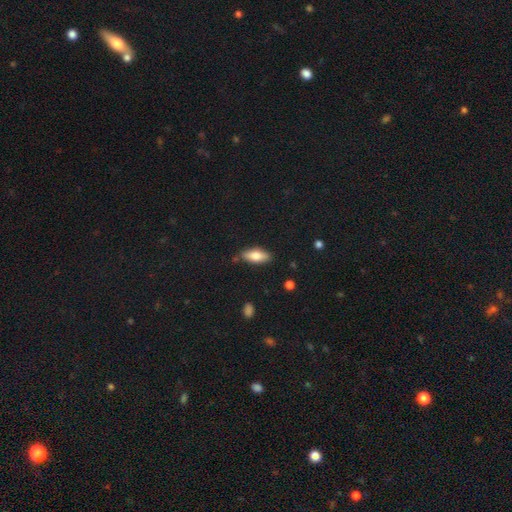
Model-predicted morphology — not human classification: Smooth or featured?
  - smooth: 73% *
  - featured or disk: 21%
  - star or artifact: 7%
How rounded?
  - in between: 73% *
  - cigar-shaped: 24%
  - round: 2%
Merging?
  - none: 82% *
  - minor disturbance: 13%
  - major disturbance: 3%
  - merger: 2%